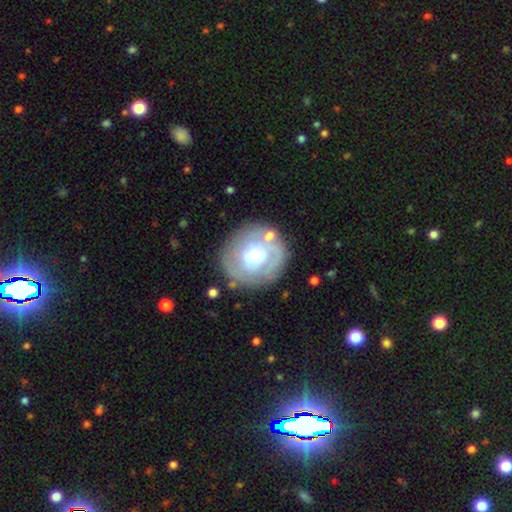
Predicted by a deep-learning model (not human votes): Morphology: type=featured or disk (61%); edge-on=no (97%); bar=no (48%); spiral arms=yes (61%); bulge=moderate (52%); merging=none (73%).